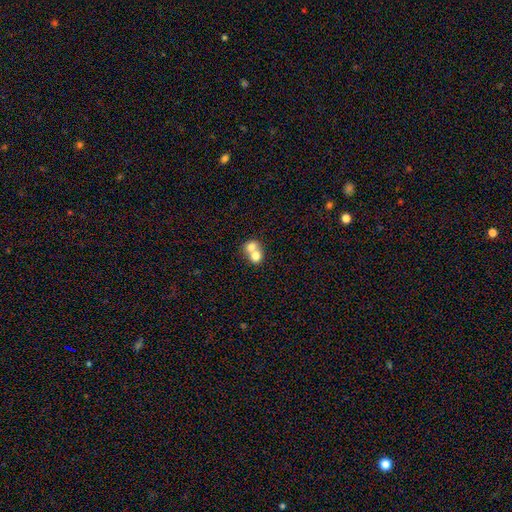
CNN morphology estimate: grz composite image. It shows a smooth galaxy with no disk features (72%) that is round (67%). Merging: merger (72%).